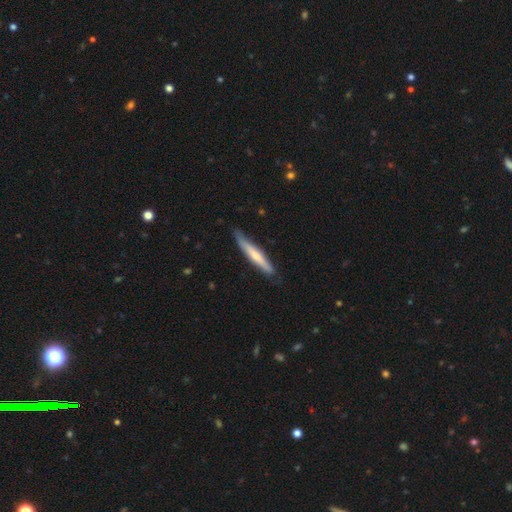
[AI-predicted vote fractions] Smooth or featured? Predicted: smooth (p=0.54). How rounded? Predicted: cigar-shaped (p=0.93). Merging? Predicted: none (p=0.79).